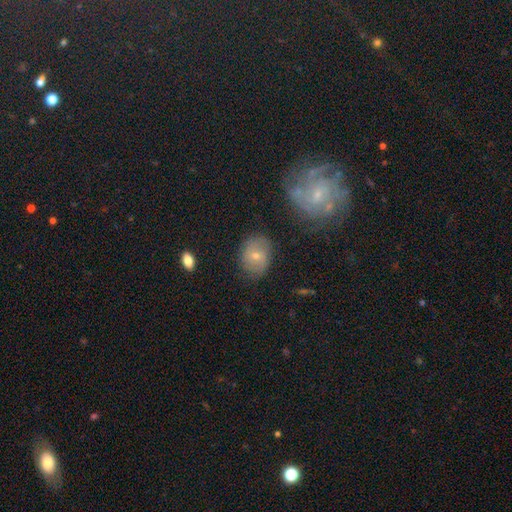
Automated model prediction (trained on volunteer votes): Smooth or featured: smooth — 60% (featured or disk — 30%)
How rounded: round — 51% (in between — 48%)
Merging: none — 77% (minor disturbance — 16%)